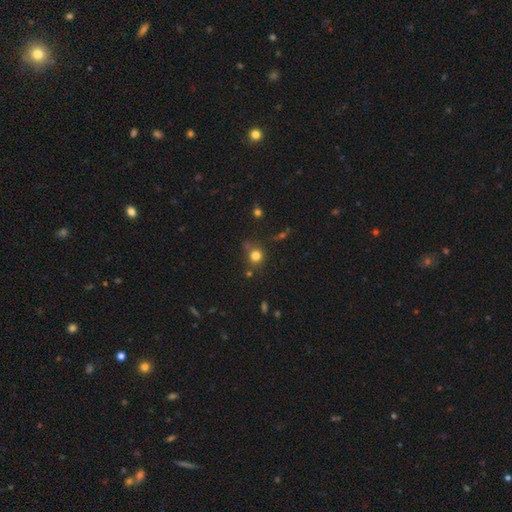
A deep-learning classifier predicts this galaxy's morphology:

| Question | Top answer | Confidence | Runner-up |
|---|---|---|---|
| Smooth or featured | smooth | 78% | star or artifact (16%) |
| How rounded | round | 88% | in between (11%) |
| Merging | none | 68% | minor disturbance (17%) |